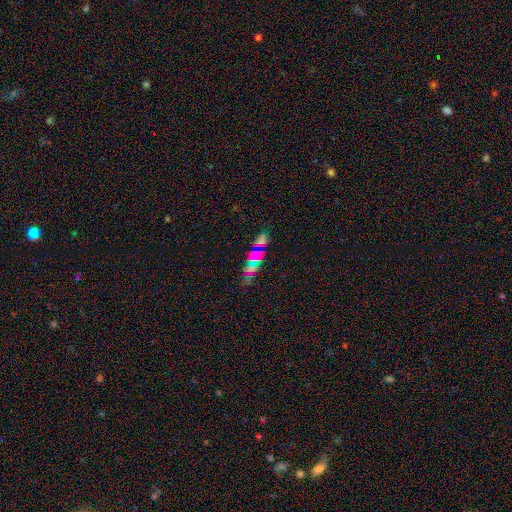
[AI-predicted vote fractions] A smooth galaxy with no disk features (48%).

Vote fractions:
- Smooth or featured? smooth: 48% / star or artifact: 35% / featured or disk: 16%
- Merging? none: 74% / minor disturbance: 14% / merger: 6% / major disturbance: 6%